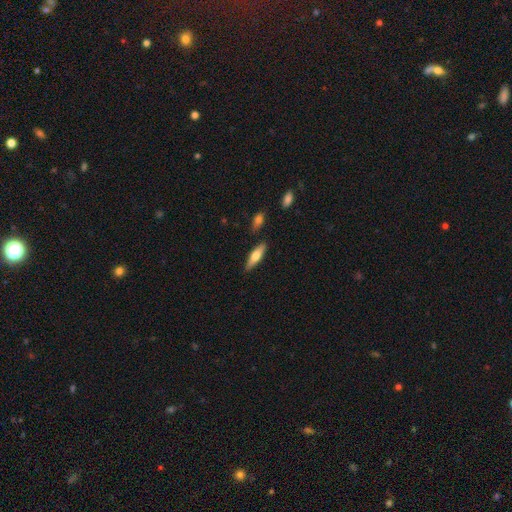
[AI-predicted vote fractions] smooth_or_featured: smooth (p=0.58) [alt: featured or disk p=0.36]
how_rounded: cigar-shaped (p=0.60) [alt: in between p=0.38]
merging: none (p=0.84) [alt: minor disturbance p=0.11]